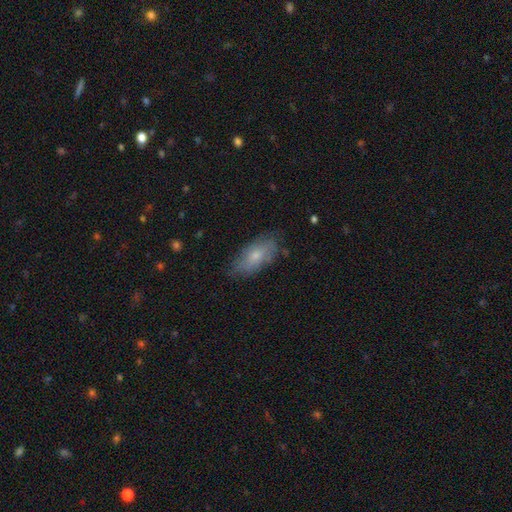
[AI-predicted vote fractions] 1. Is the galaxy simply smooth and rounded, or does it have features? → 67% smooth, 26% featured or disk, 7% star or artifact.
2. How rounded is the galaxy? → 86% in between, 12% cigar-shaped, 3% round.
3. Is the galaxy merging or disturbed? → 72% none, 22% minor disturbance, 5% major disturbance, 1% merger.